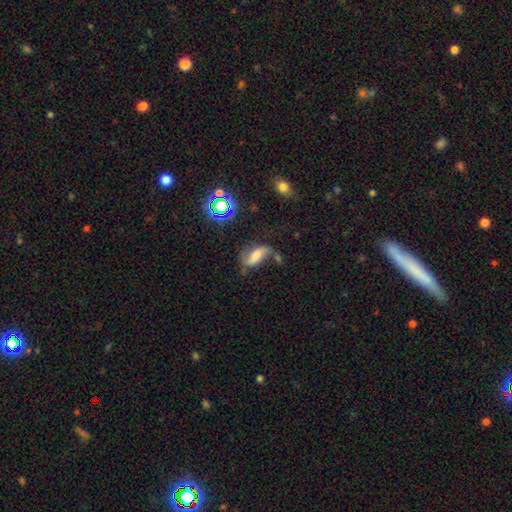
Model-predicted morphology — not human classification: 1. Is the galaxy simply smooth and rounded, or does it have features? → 47% featured or disk, 38% smooth, 15% star or artifact.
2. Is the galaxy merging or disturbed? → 40% none, 24% minor disturbance, 22% major disturbance, 14% merger.